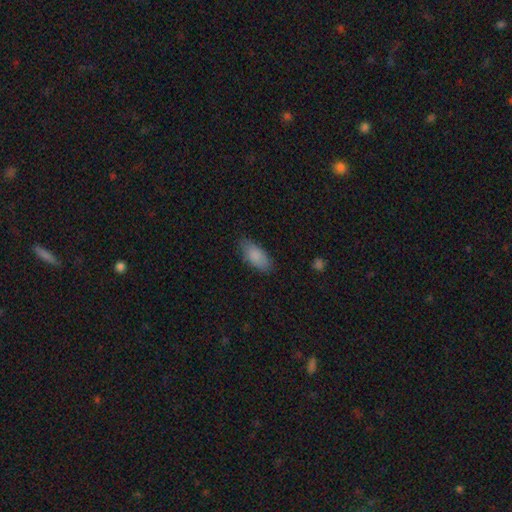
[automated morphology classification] This is clearly a smooth galaxy (86%). How rounded: clearly in between (89%). Merging: clearly none (80%).